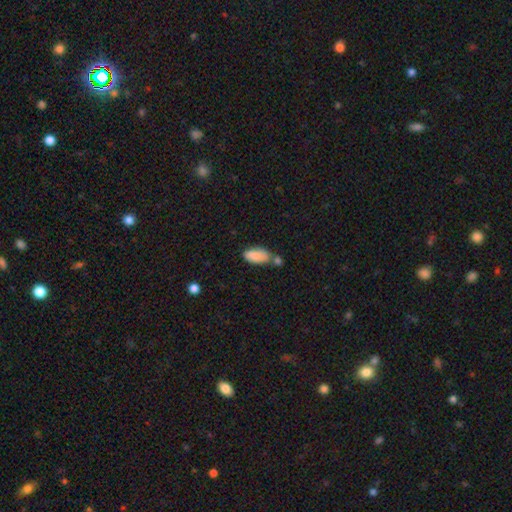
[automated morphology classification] A smooth galaxy with no disk features (83%) that is in between round and cigar-shaped (91%). Merging: none (40%).